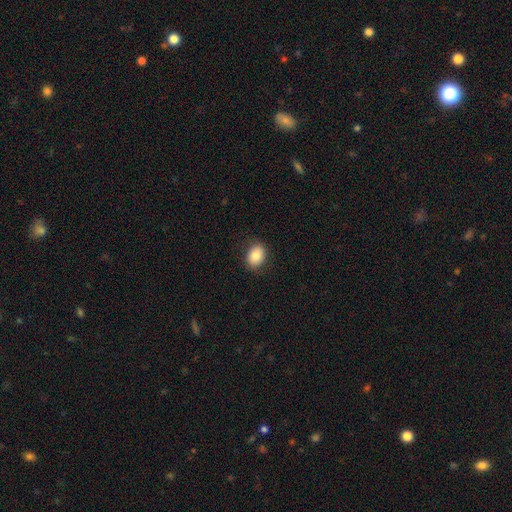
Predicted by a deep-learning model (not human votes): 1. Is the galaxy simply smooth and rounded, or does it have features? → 85% smooth, 8% star or artifact, 7% featured or disk.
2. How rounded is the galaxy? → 69% in between, 30% round, 1% cigar-shaped.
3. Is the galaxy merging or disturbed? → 86% none, 10% minor disturbance, 3% major disturbance, 1% merger.